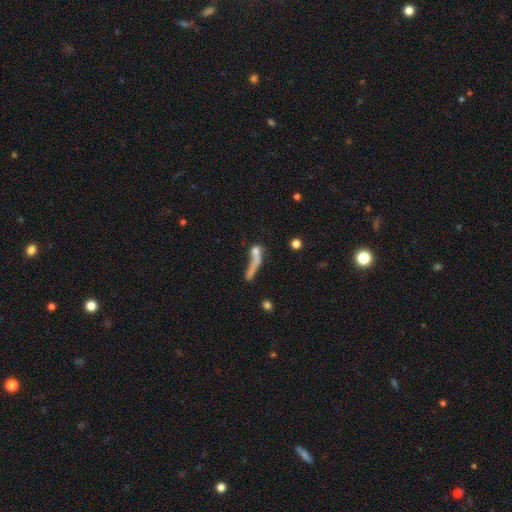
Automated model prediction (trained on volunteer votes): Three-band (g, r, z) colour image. It shows a smooth galaxy with no disk features (57%) that is cigar-shaped (57%). Merging: none (30%).